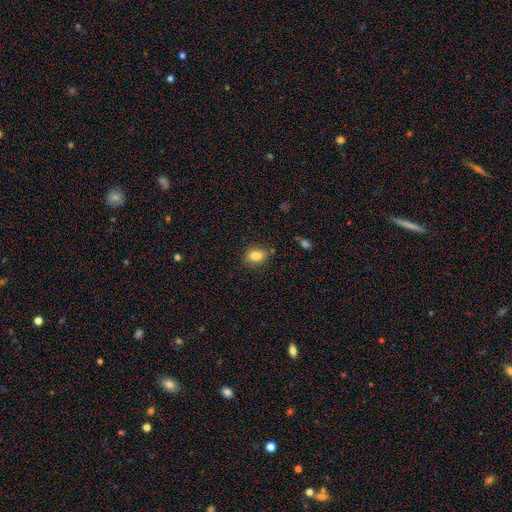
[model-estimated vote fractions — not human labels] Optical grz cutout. It shows a smooth galaxy with no disk features (83%) that is in between round and cigar-shaped (71%). Merging: none (82%).